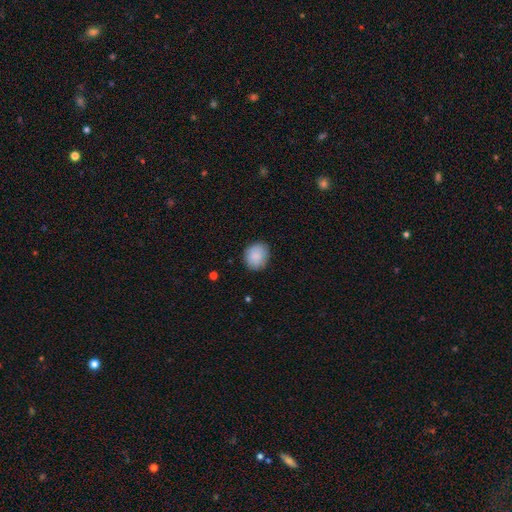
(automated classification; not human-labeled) Smooth or featured?
  - smooth: 87% *
  - star or artifact: 7%
  - featured or disk: 6%
How rounded?
  - round: 69% *
  - in between: 30%
  - cigar-shaped: 1%
Merging?
  - none: 83% *
  - minor disturbance: 13%
  - major disturbance: 3%
  - merger: 1%